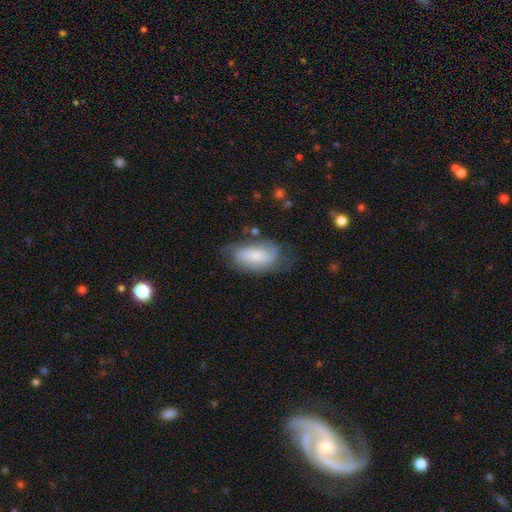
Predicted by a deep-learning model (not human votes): A featured or disk galaxy (52%). Merging: none (58%).